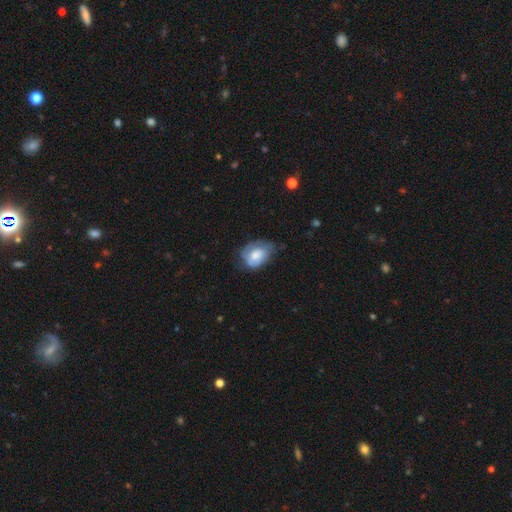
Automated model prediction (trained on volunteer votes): A smooth galaxy with no disk features (65%) that is in between round and cigar-shaped (75%). Merging: none (42%).